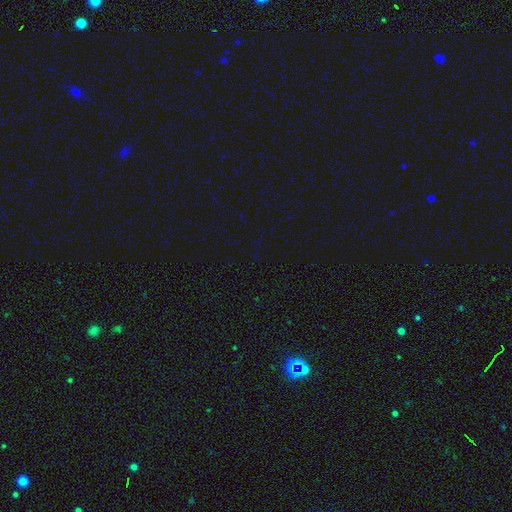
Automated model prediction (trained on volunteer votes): A star or artifact, not a galaxy (72%).